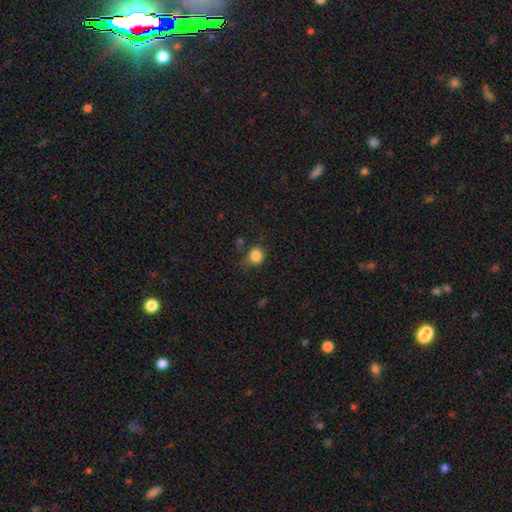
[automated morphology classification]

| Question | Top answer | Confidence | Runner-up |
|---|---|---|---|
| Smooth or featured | smooth | 84% | star or artifact (11%) |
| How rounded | round | 79% | in between (20%) |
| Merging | none | 60% | minor disturbance (25%) |